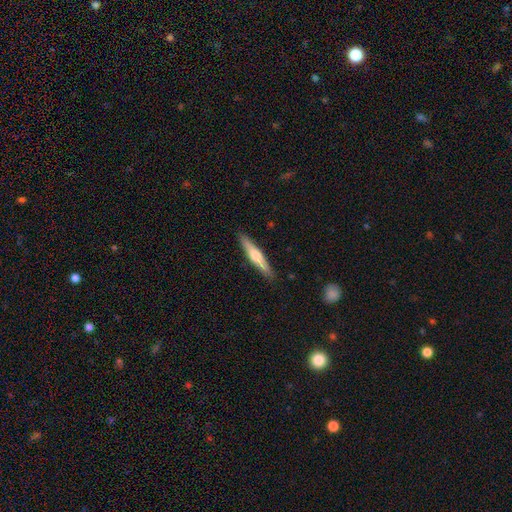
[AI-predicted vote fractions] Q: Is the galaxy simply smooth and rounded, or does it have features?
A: featured or disk — 49%.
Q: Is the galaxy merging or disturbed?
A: none — 90%.